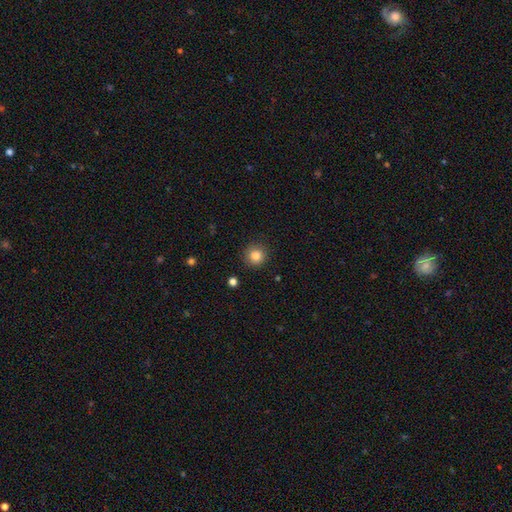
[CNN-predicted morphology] This appears to be a smooth galaxy with no disk features (84%) that is round (93%). Merging: none (90%).